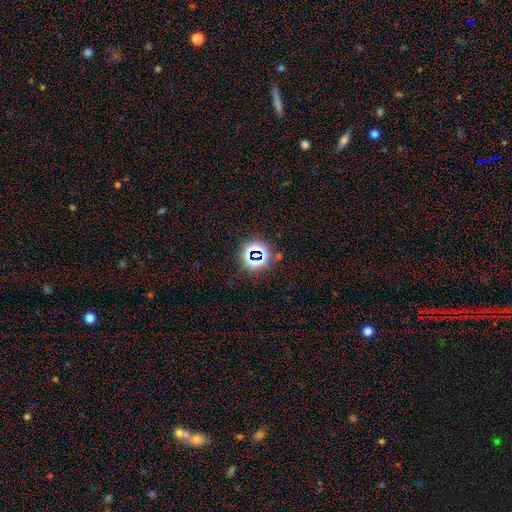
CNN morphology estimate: smooth-or-featured: star or artifact: 67% | smooth: 23% | featured or disk: 10%